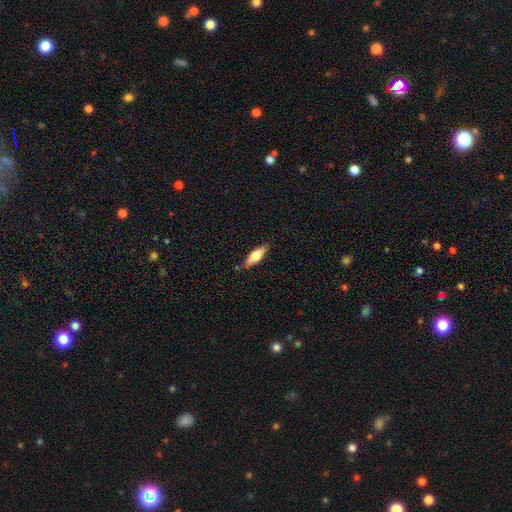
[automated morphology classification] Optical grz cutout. It shows a smooth galaxy with no disk features (63%) that is cigar-shaped (51%). Merging: none (83%).